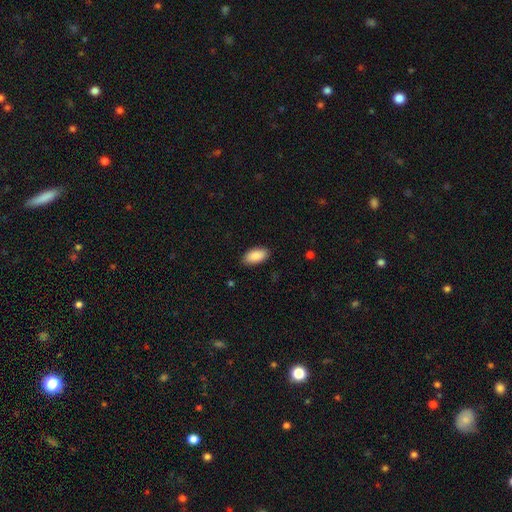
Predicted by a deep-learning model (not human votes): smooth_or_featured: smooth (p=0.91) [alt: star or artifact p=0.06]
how_rounded: in between (p=0.94) [alt: cigar-shaped p=0.03]
merging: none (p=0.87) [alt: minor disturbance p=0.10]